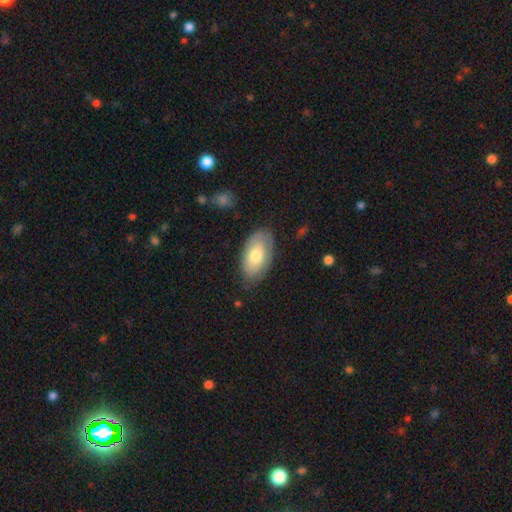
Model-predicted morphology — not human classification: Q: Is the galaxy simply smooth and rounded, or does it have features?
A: smooth — 70%.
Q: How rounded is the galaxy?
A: in between — 94%.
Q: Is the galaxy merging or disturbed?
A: none — 76%.